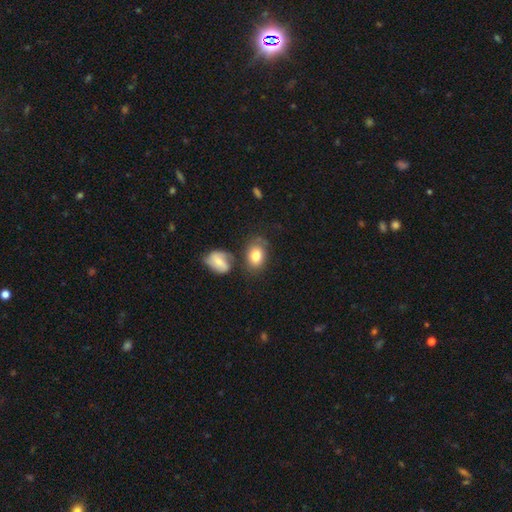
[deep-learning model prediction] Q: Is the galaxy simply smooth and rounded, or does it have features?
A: smooth — 78%.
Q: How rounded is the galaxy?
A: in between — 73%.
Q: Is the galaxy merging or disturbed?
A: none — 60%.